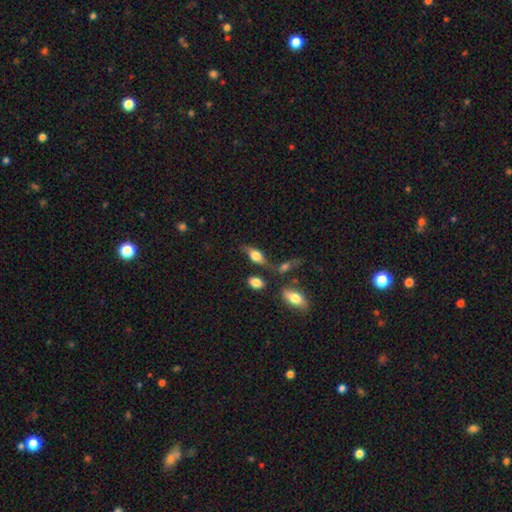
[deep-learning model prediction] Overall: smooth (50%; featured or disk 41%). How rounded: in between (73%). Merging: none (58%; minor disturbance 20%).